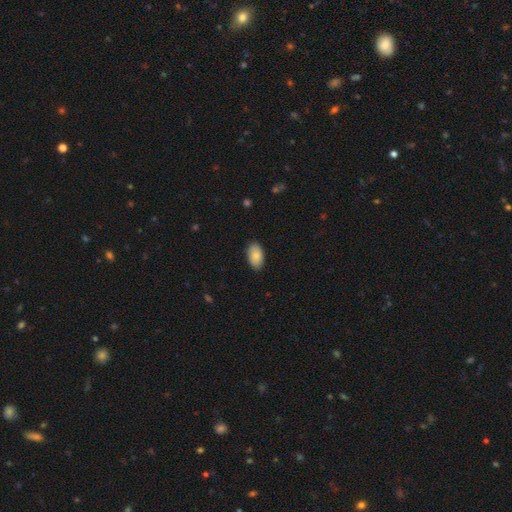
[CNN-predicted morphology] smooth 86%, featured or disk 7%, star or artifact 6%. Down the decision tree: how rounded — in between (95%); merging — none (87%).